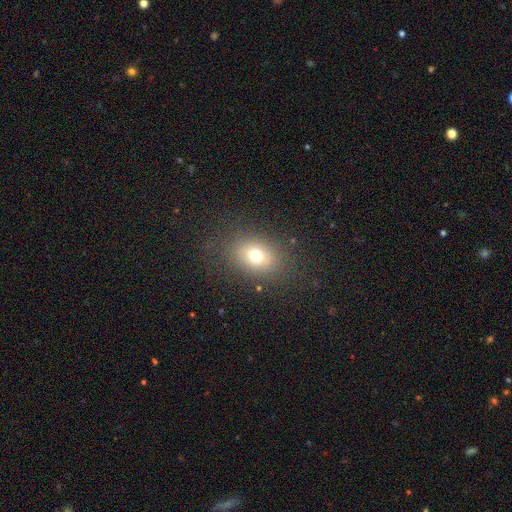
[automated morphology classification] Smooth or featured? Predicted: smooth (p=0.72). How rounded? Predicted: in between (p=0.62). Merging? Predicted: none (p=0.81).